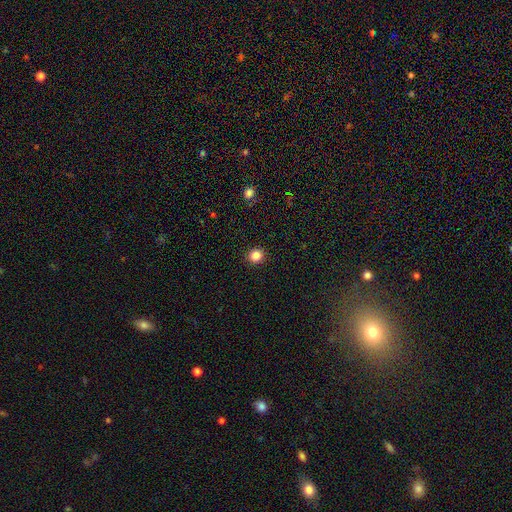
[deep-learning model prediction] smooth_or_featured: smooth (p=0.85) [alt: star or artifact p=0.11]
how_rounded: round (p=0.87) [alt: in between p=0.12]
merging: none (p=0.92) [alt: minor disturbance p=0.05]